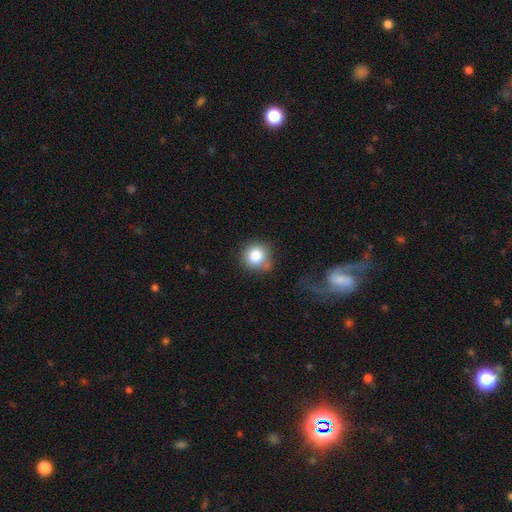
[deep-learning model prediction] A smooth galaxy with no disk features (83%) that is round (88%).

Vote fractions:
- Smooth or featured? smooth: 83% / star or artifact: 10% / featured or disk: 7%
- How rounded? round: 88% / in between: 11% / cigar-shaped: 1%
- Merging? none: 64% / minor disturbance: 21% / major disturbance: 8% / merger: 7%